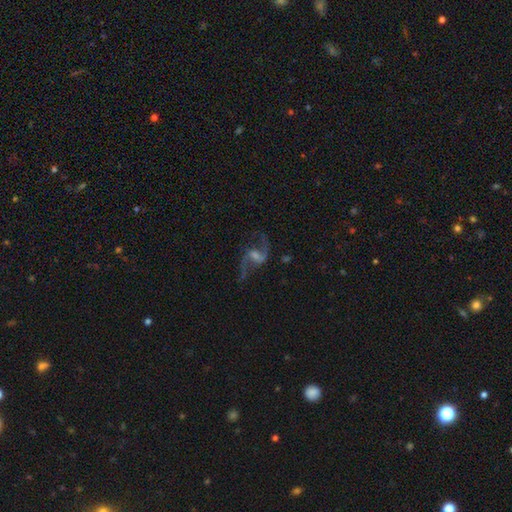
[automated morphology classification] Smooth or featured?
  - featured or disk: 87% *
  - star or artifact: 8%
  - smooth: 6%
Edge-on disk?
  - no: 97% *
  - yes: 3%
Bar?
  - weak: 52% *
  - no: 28%
  - strong: 20%
Spiral arms?
  - yes: 96% *
  - no: 4%
Spiral winding?
  - loose: 75% *
  - medium: 21%
  - tight: 4%
Spiral arm count?
  - 2: 93% *
  - 1: 2%
  - can't tell: 2%
  - 3: 1%
  - 4: 1%
  - more than 4: 1%
Bulge size?
  - small: 37% *
  - moderate: 36%
  - none: 18%
  - large: 7%
  - dominant: 2%
Merging?
  - none: 74% *
  - minor disturbance: 13%
  - major disturbance: 10%
  - merger: 2%